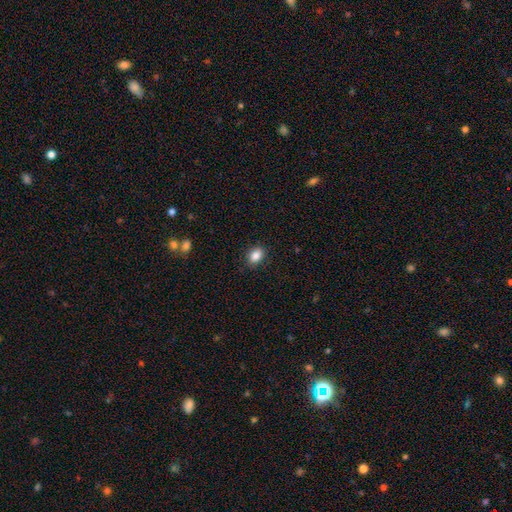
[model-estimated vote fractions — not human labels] smooth 86%, star or artifact 9%, featured or disk 5%. Down the decision tree: how rounded — in between (74%); merging — none (88%).